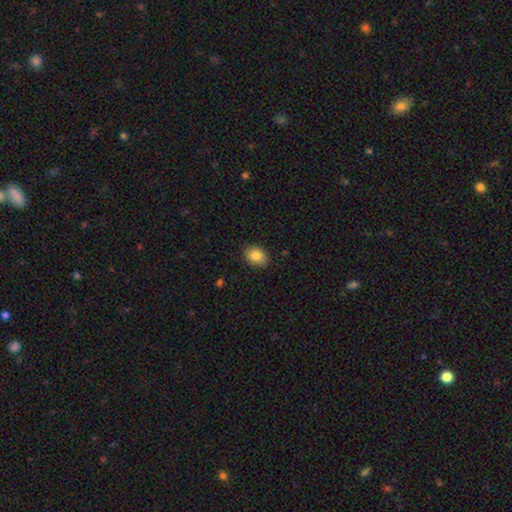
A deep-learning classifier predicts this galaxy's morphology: A smooth galaxy with no disk features (84%) that is in between round and cigar-shaped (70%). Merging: none (85%).